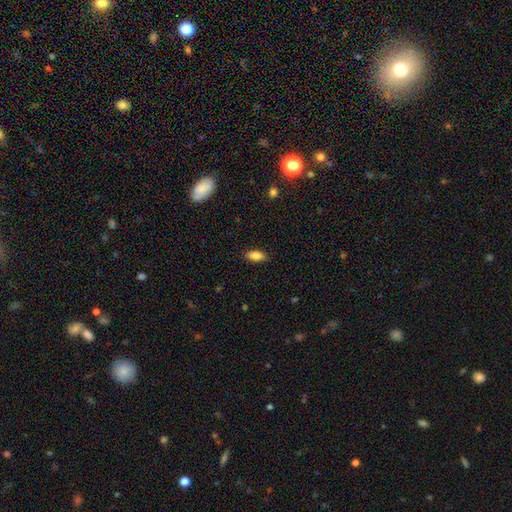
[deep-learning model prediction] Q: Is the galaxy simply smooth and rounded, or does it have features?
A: smooth — 84%.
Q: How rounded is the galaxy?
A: in between — 86%.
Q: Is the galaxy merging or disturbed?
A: none — 87%.